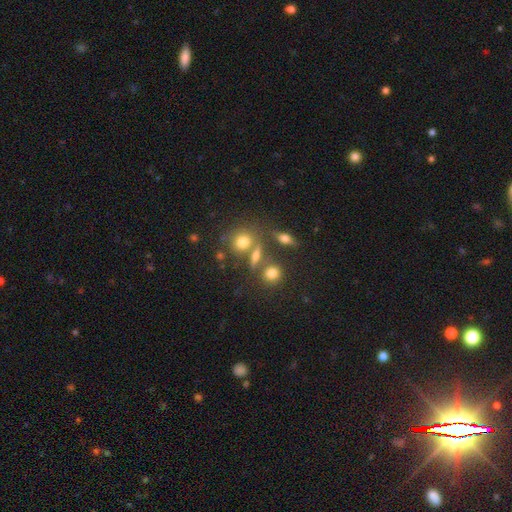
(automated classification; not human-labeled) Q: Smooth or featured?
A: smooth (66%); runner-up: star or artifact (17%)
Q: How rounded?
A: round (52%); runner-up: in between (39%)
Q: Merging?
A: none (58%); runner-up: merger (25%)